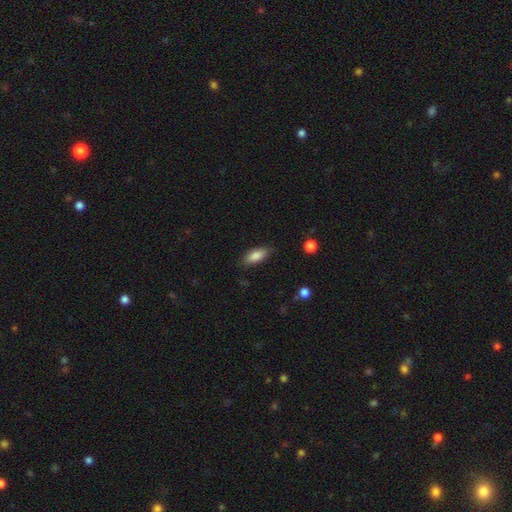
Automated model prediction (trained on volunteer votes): A smooth galaxy with no disk features (85%) that is in between round and cigar-shaped (82%).

Vote fractions:
- Smooth or featured? smooth: 85% / featured or disk: 8% / star or artifact: 7%
- How rounded? in between: 82% / cigar-shaped: 16% / round: 2%
- Merging? none: 82% / minor disturbance: 14% / major disturbance: 3% / merger: 1%